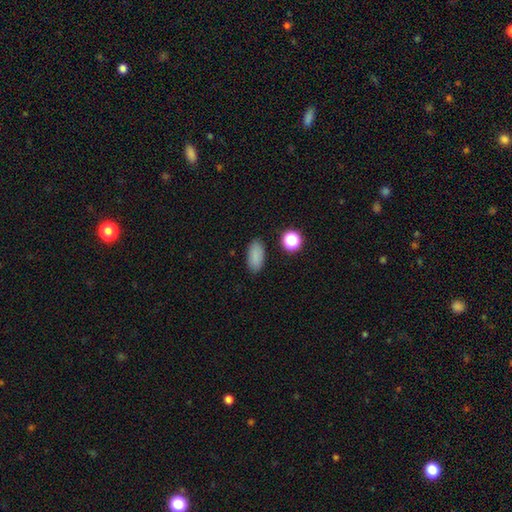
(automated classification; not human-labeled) Smooth or featured: smooth — 85% (star or artifact — 10%)
How rounded: in between — 90% (round — 5%)
Merging: none — 86% (minor disturbance — 9%)